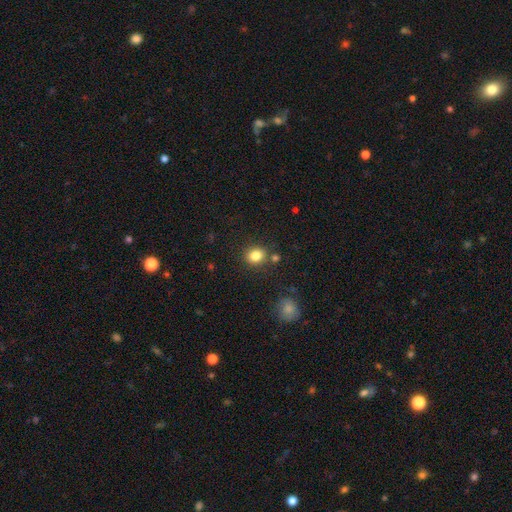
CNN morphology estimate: type=smooth (83%); roundness=round (71%); merging=none (81%).